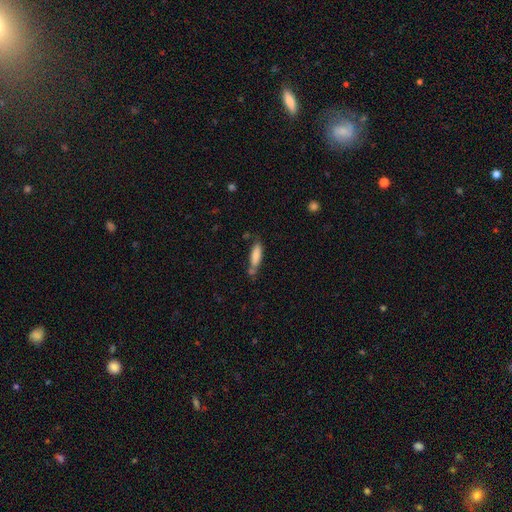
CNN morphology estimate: Smooth or featured? smooth (82%)
How rounded? cigar-shaped (58%)
Merging? none (57%)